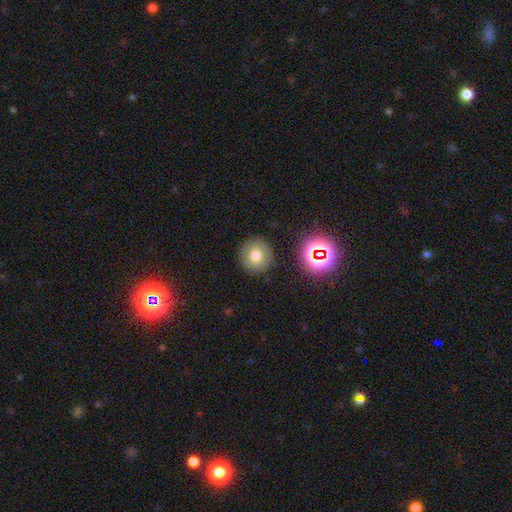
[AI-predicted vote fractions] smooth-or-featured: smooth: 73% | star or artifact: 14% | featured or disk: 13%
  how-rounded: round: 91% | in between: 8% | cigar-shaped: 1%
  merging: none: 88% | minor disturbance: 7% | major disturbance: 3% | merger: 2%